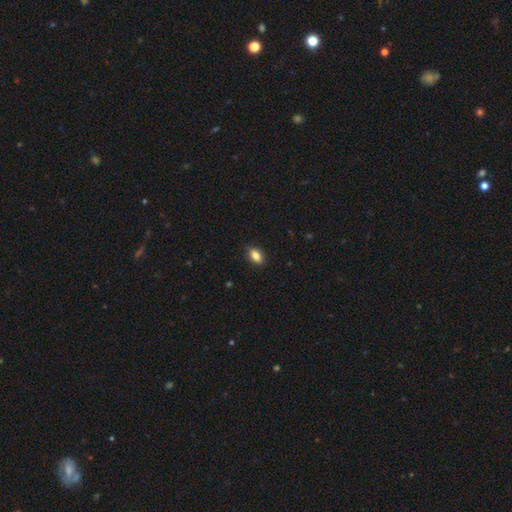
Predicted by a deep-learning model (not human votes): Overall: smooth (84%). How rounded: in between (85%). Merging: none (87%).